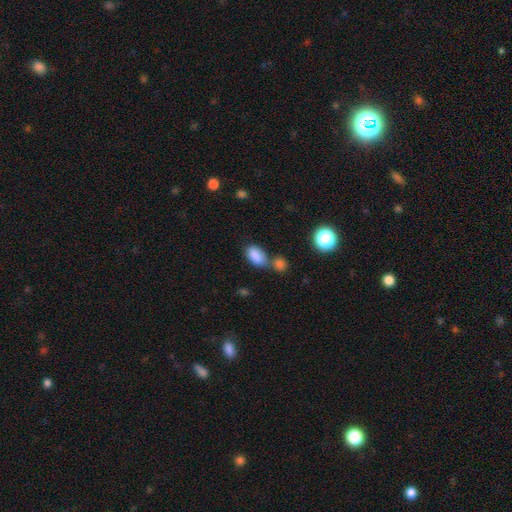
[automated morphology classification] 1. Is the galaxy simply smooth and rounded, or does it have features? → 85% smooth, 10% star or artifact, 5% featured or disk.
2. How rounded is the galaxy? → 89% in between, 9% round, 2% cigar-shaped.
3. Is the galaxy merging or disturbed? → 48% none, 33% merger, 14% minor disturbance, 5% major disturbance.